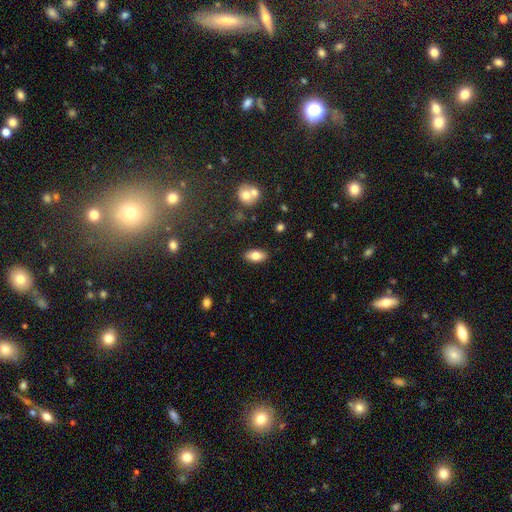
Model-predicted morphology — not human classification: A smooth galaxy with no disk features (76%) that is in between round and cigar-shaped (90%). Merging: none (87%).